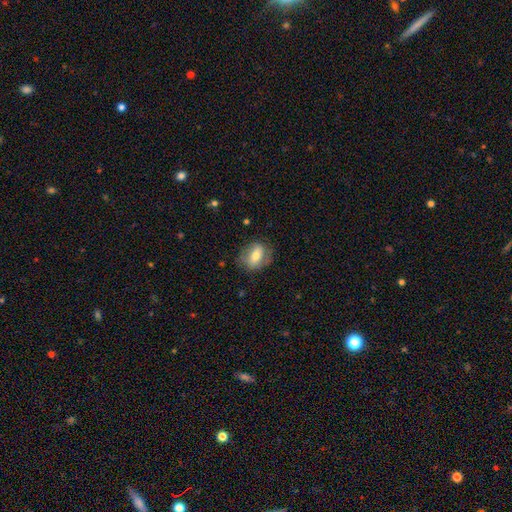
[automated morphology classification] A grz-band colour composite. It shows a smooth galaxy with no disk features (59%) that is in between round and cigar-shaped (70%). Merging: none (73%).